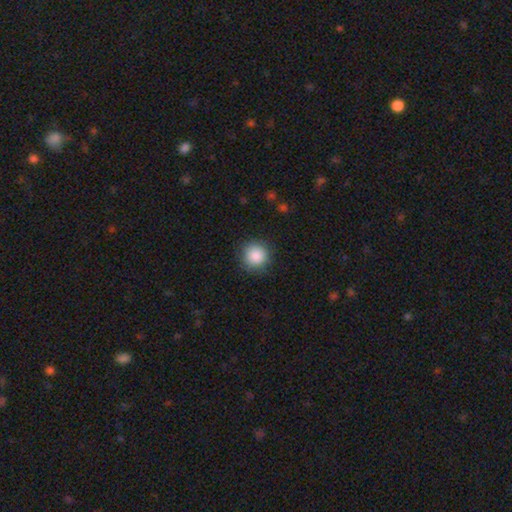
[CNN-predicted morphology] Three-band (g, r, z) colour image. It shows a smooth galaxy with no disk features (88%) that is round (94%). Merging: none (88%).